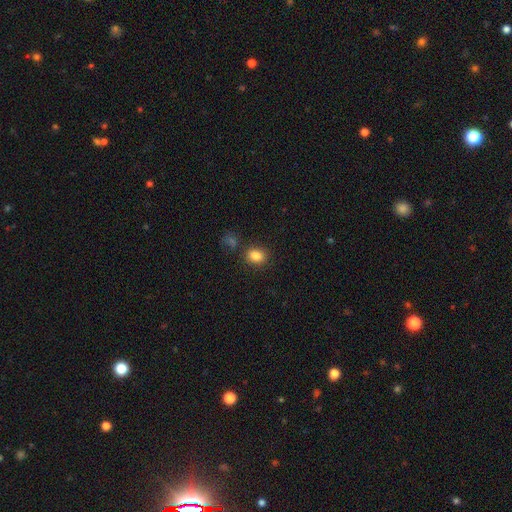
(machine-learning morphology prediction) Smooth or featured: smooth — 84% (star or artifact — 10%)
How rounded: in between — 57% (round — 41%)
Merging: none — 78% (minor disturbance — 11%)